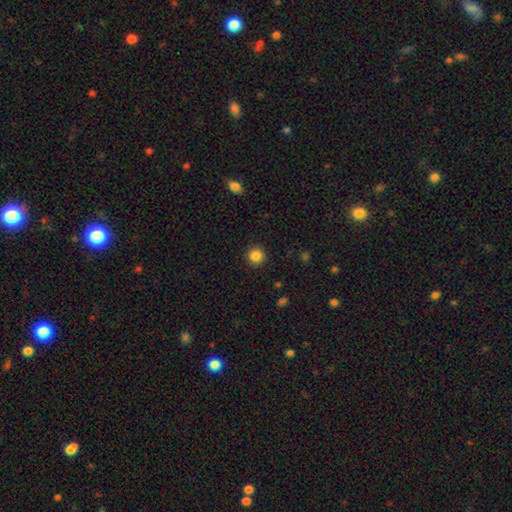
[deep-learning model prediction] smooth 86%, star or artifact 10%, featured or disk 4%. Down the decision tree: how rounded — round (95%); merging — none (92%).